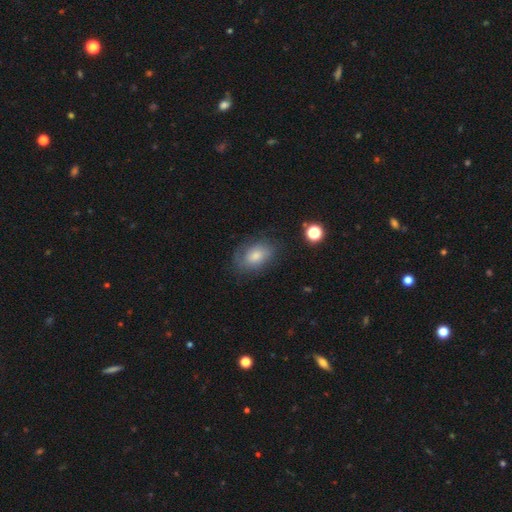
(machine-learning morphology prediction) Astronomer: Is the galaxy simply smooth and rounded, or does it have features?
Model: smooth — 62%.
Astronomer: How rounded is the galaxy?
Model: in between — 80%.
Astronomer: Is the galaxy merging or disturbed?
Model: none — 66%.